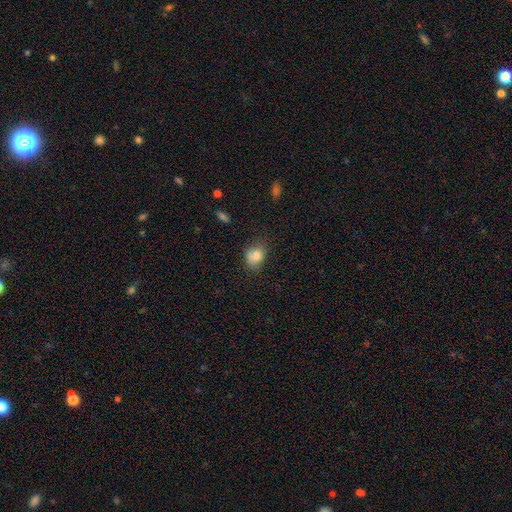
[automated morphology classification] smooth_or_featured: smooth (p=0.80) [alt: star or artifact p=0.10]
how_rounded: in between (p=0.51) [alt: round p=0.47]
merging: none (p=0.64) [alt: minor disturbance p=0.27]